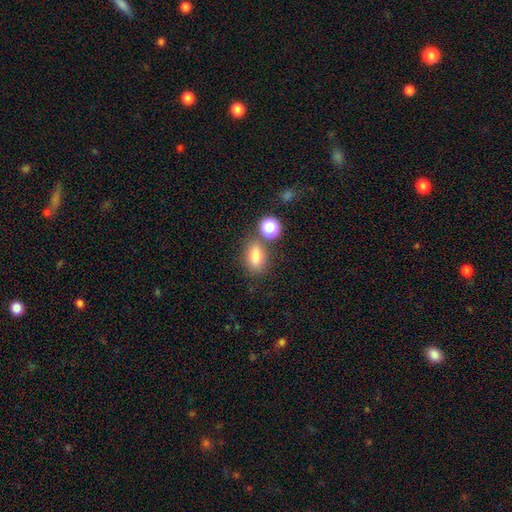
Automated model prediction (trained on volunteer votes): Q: Smooth or featured?
A: smooth (80%); runner-up: star or artifact (11%)
Q: How rounded?
A: in between (77%); runner-up: round (19%)
Q: Merging?
A: none (69%); runner-up: merger (14%)